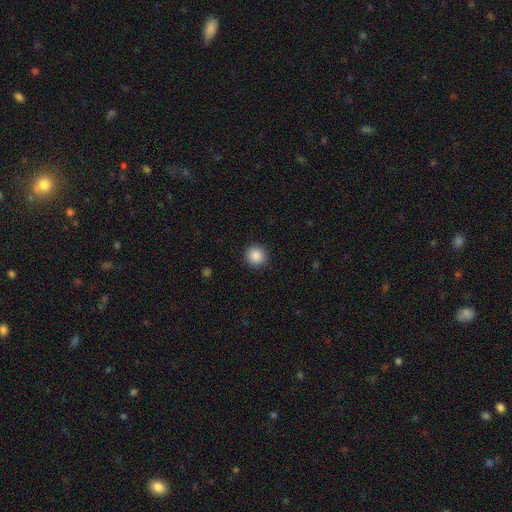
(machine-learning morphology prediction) This is clearly a smooth galaxy (88%). How rounded: clearly round (94%). Merging: clearly none (92%).